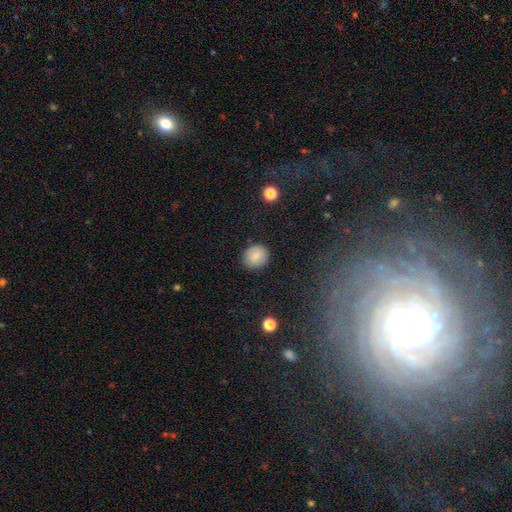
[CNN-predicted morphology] smooth_or_featured: smooth (p=0.85) [alt: star or artifact p=0.08]
how_rounded: round (p=0.85) [alt: in between p=0.14]
merging: none (p=0.89) [alt: minor disturbance p=0.08]